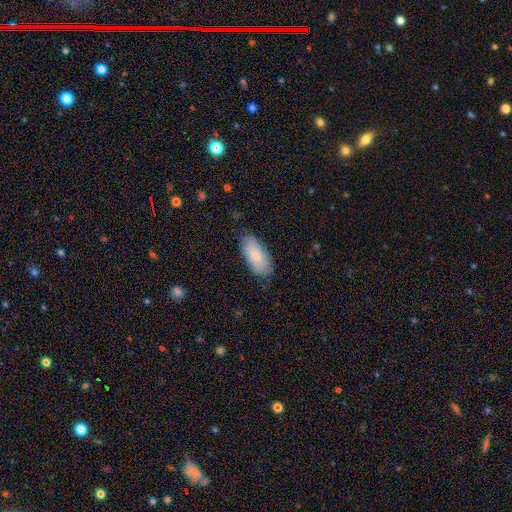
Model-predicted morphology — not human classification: This appears to be a smooth galaxy with no disk features (80%) that is in between round and cigar-shaped (91%). Merging: none (77%).